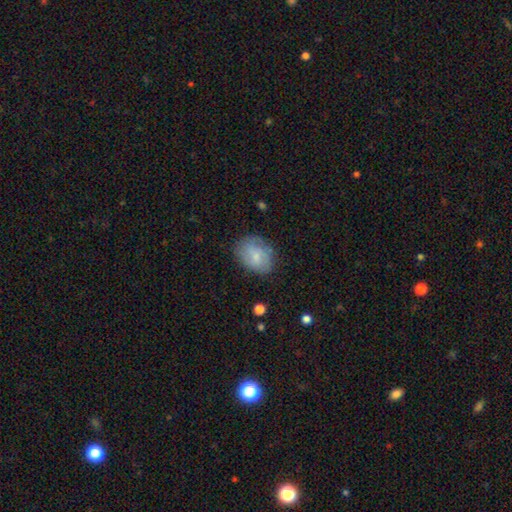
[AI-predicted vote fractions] Smooth or featured? Predicted: smooth (p=0.73). How rounded? Predicted: in between (p=0.68). Merging? Predicted: none (p=0.72).